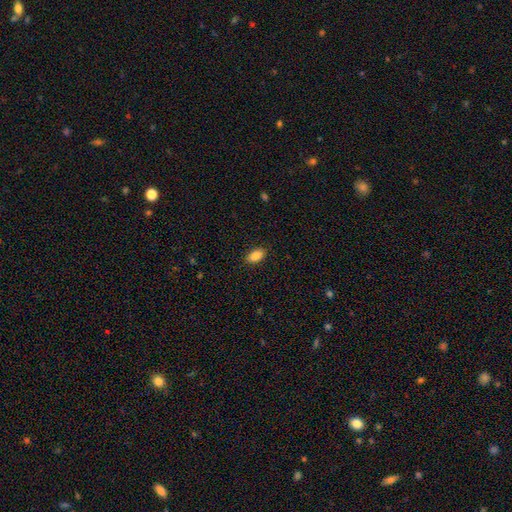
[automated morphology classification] A smooth galaxy with no disk features (89%) that is in between round and cigar-shaped (93%). Merging: none (88%).